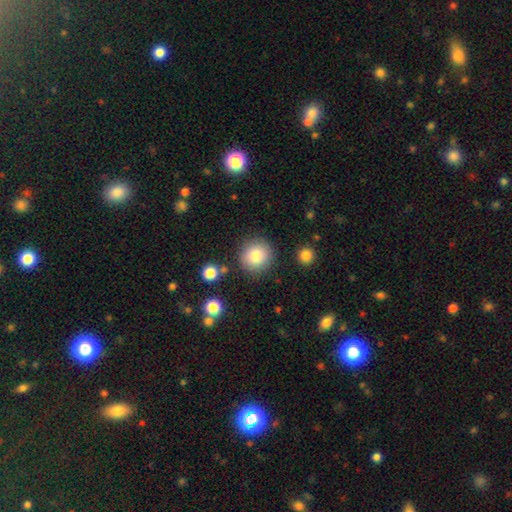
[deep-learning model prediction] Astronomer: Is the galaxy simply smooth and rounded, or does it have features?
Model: smooth — 83%.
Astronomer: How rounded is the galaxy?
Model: round — 93%.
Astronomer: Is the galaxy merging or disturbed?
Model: none — 86%.